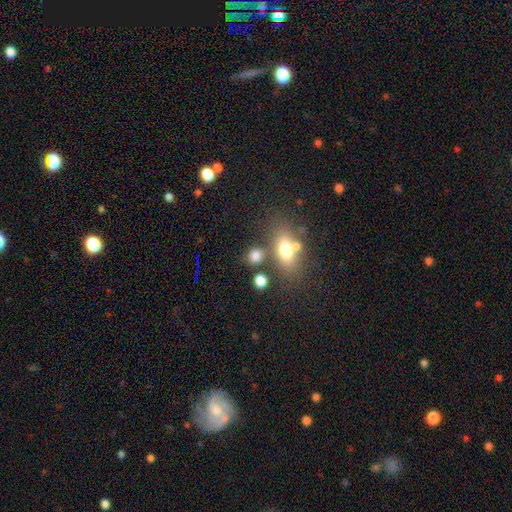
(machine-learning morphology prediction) smooth_or_featured: smooth (p=0.76) [alt: star or artifact p=0.14]
how_rounded: round (p=0.53) [alt: in between p=0.43]
merging: none (p=0.64) [alt: merger p=0.19]